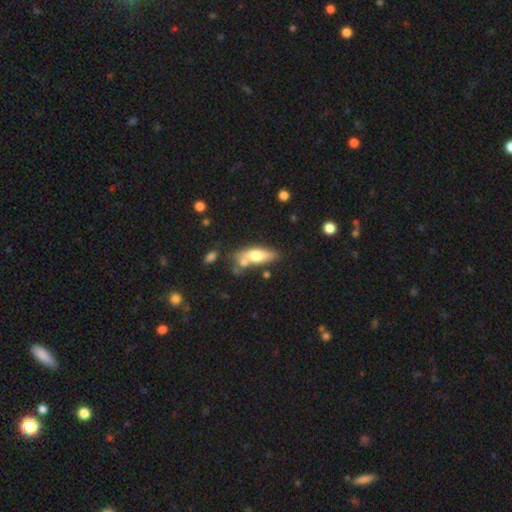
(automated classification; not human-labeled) The model was most divided on "merging": none: 50%, merger: 24%, minor disturbance: 19%, major disturbance: 7%. More confident: smooth or featured — smooth (66%); how rounded — in between (63%).